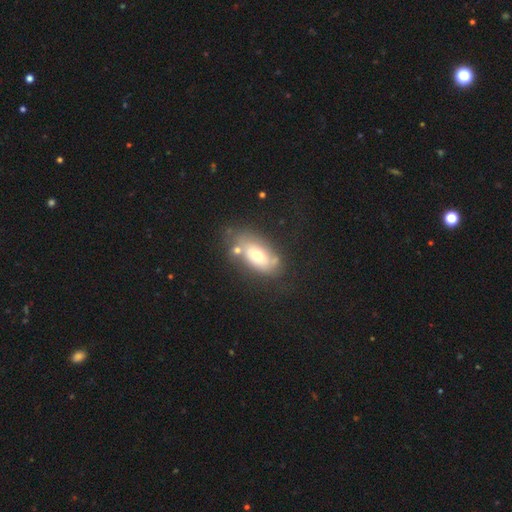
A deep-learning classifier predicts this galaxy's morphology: Smooth or featured? smooth (58%)
How rounded? in between (89%)
Merging? none (53%)